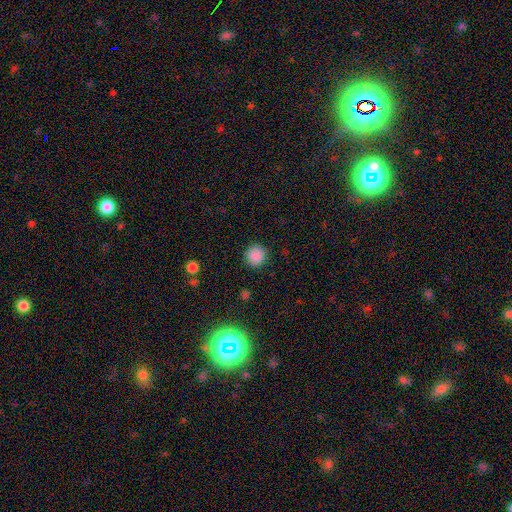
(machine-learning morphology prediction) A smooth galaxy with no disk features (87%) that is round (92%).

Vote fractions:
- Smooth or featured? smooth: 87% / star or artifact: 10% / featured or disk: 3%
- How rounded? round: 92% / in between: 7% / cigar-shaped: 1%
- Merging? none: 90% / minor disturbance: 6% / major disturbance: 2% / merger: 1%